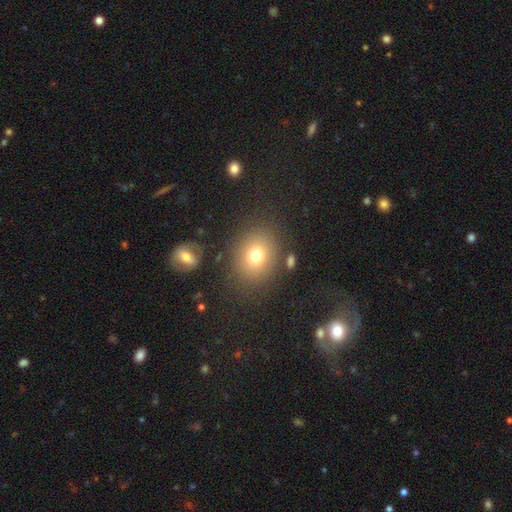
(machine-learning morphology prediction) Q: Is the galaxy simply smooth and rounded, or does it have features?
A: smooth — 75%.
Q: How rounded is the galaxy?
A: round — 58%.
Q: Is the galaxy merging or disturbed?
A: none — 81%.